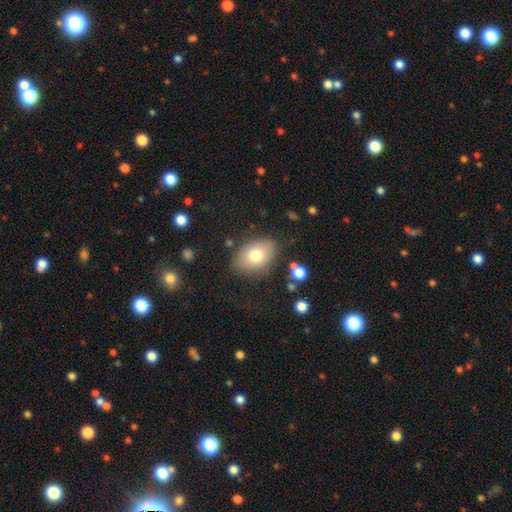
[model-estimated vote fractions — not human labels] A smooth galaxy with no disk features (75%) that is in between round and cigar-shaped (82%).

Vote fractions:
- Smooth or featured? smooth: 75% / featured or disk: 16% / star or artifact: 9%
- How rounded? in between: 82% / round: 17% / cigar-shaped: 1%
- Merging? none: 78% / minor disturbance: 14% / major disturbance: 5% / merger: 3%